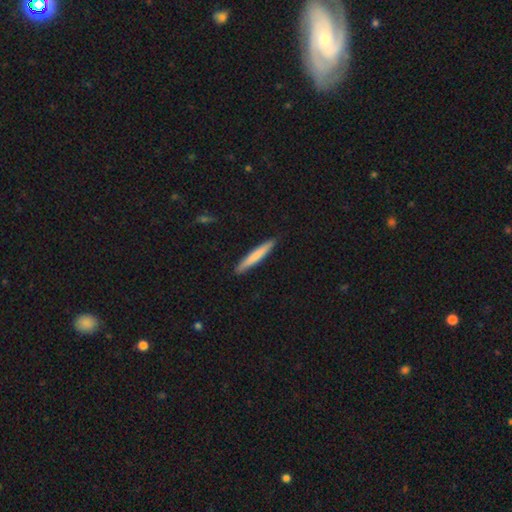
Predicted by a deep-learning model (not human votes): This is likely a smooth galaxy (72%). How rounded: clearly cigar-shaped (95%). Merging: clearly none (91%).